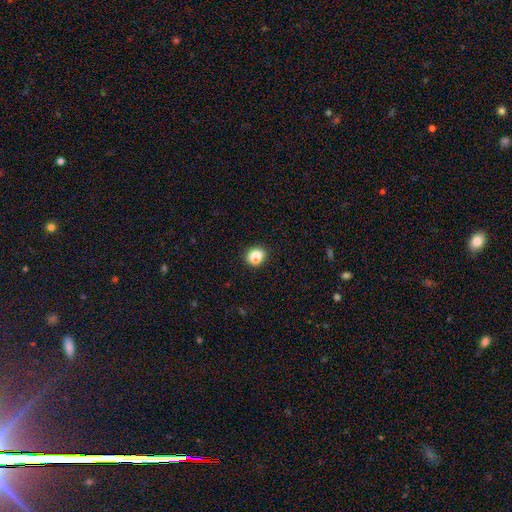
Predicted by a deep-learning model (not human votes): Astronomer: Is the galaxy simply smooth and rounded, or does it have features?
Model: smooth — 81%.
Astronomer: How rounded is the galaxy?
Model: round — 64%.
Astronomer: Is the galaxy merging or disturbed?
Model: none — 72%.